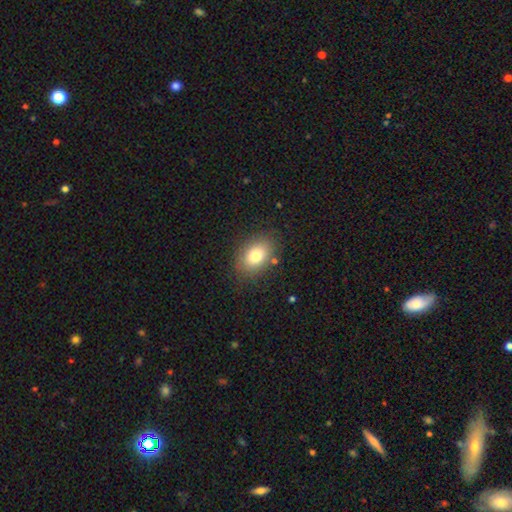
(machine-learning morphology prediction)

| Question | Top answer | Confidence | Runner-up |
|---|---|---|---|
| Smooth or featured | smooth | 78% | featured or disk (12%) |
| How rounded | in between | 80% | round (19%) |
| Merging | none | 83% | minor disturbance (11%) |